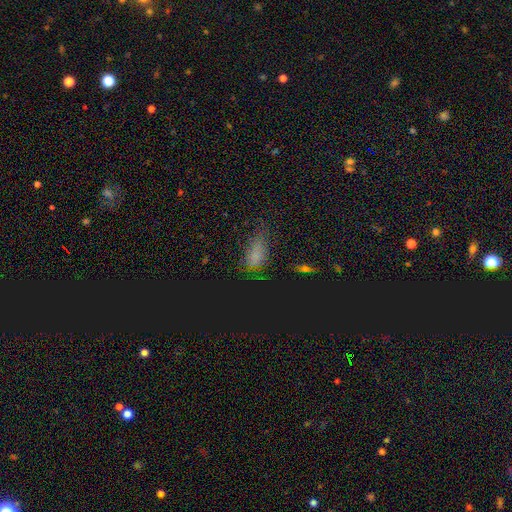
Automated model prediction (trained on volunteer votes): Smooth or featured? smooth (59%)
How rounded? in between (80%)
Merging? none (49%)